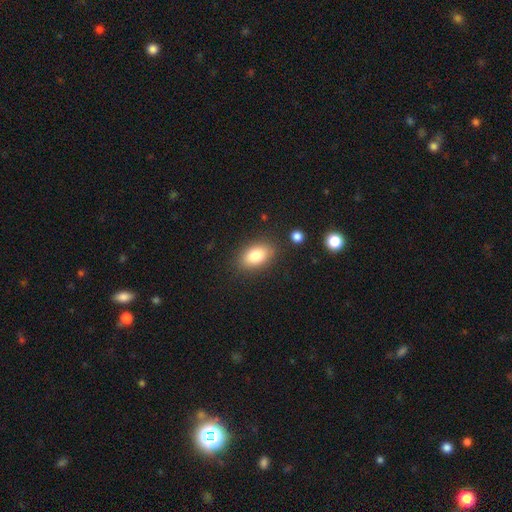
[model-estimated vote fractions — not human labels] smooth_or_featured: smooth (p=0.82) [alt: featured or disk p=0.10]
how_rounded: in between (p=0.89) [alt: round p=0.08]
merging: none (p=0.84) [alt: minor disturbance p=0.11]